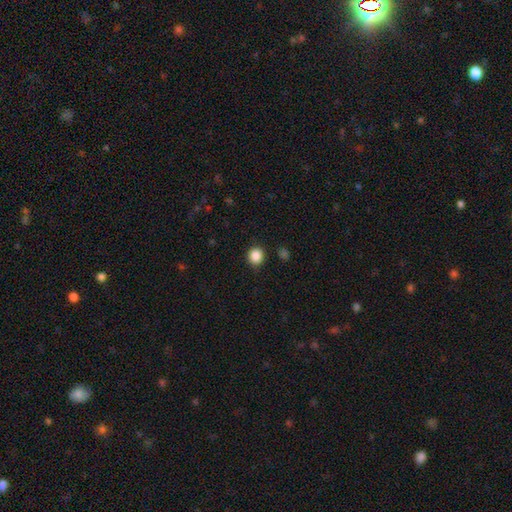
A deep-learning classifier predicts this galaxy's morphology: Overall: smooth (87%). How rounded: round (86%). Merging: none (89%).